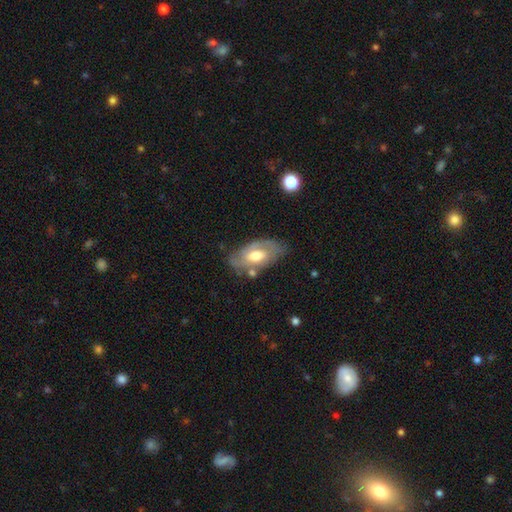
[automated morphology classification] Overall: featured or disk (60%; smooth 34%). Edge-on disk: no (90%). Bar: no (50%; weak 39%). Spiral arms: yes (68%; no 32%). Bulge size: moderate (67%). Merging: none (63%; minor disturbance 23%).